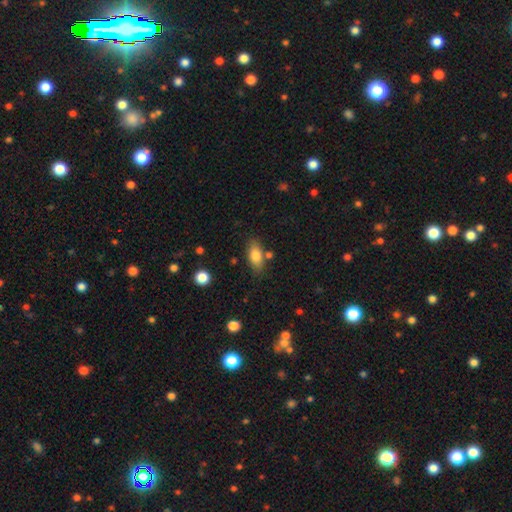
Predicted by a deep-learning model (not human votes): smooth_or_featured: smooth (p=0.80) [alt: featured or disk p=0.12]
how_rounded: in between (p=0.86) [alt: cigar-shaped p=0.09]
merging: none (p=0.75) [alt: minor disturbance p=0.14]